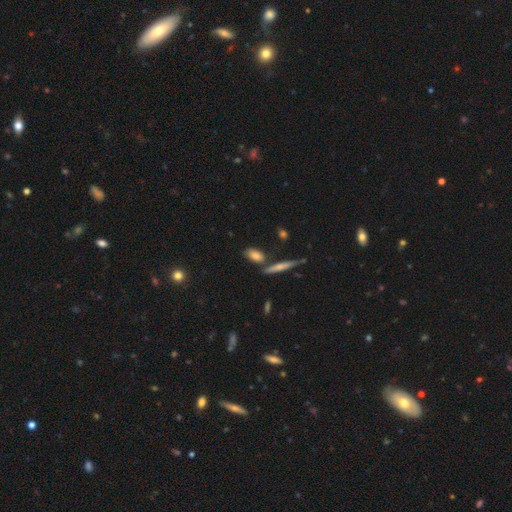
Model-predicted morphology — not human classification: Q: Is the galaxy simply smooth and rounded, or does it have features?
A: smooth — 75%.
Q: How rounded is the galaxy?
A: in between — 78%.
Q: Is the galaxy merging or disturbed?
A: none — 69%.